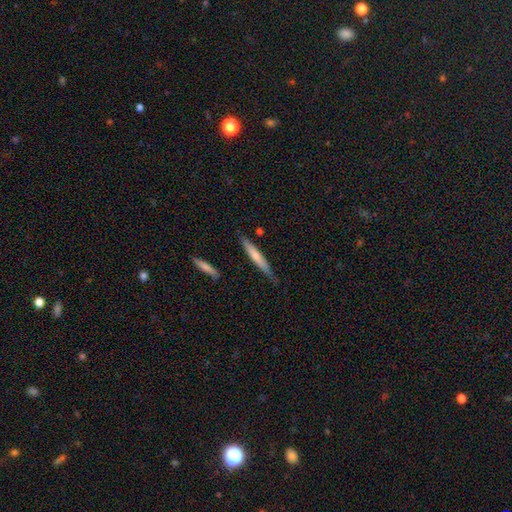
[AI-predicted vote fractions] The model was most divided on "smooth or featured": smooth: 60%, featured or disk: 34%, star or artifact: 5%. More confident: how rounded — cigar-shaped (93%); merging — none (75%).